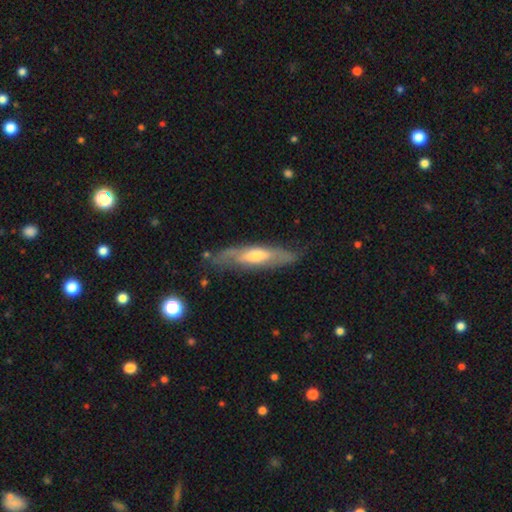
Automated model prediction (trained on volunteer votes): Q: Smooth or featured?
A: featured or disk (58%); runner-up: smooth (36%)
Q: Edge-on disk?
A: yes (54%); runner-up: no (46%)
Q: Merging?
A: none (72%); runner-up: minor disturbance (20%)